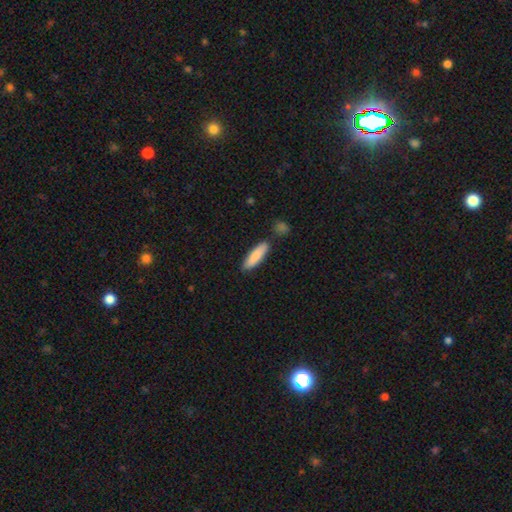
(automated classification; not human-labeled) Smooth or featured: smooth — 85% (featured or disk — 9%)
How rounded: cigar-shaped — 62% (in between — 36%)
Merging: none — 81% (minor disturbance — 11%)